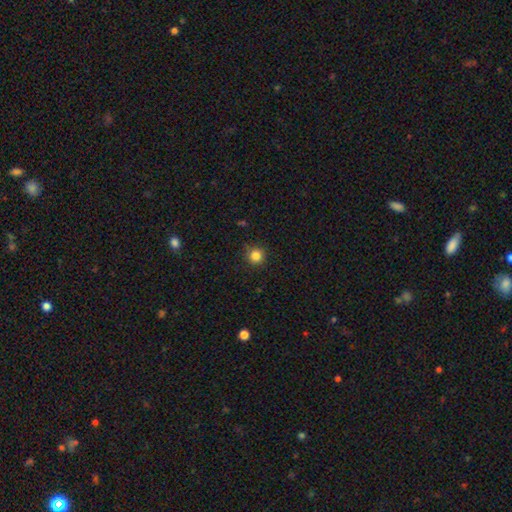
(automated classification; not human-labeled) Smooth or featured: smooth — 84% (star or artifact — 12%)
How rounded: round — 95% (in between — 4%)
Merging: none — 87% (minor disturbance — 9%)